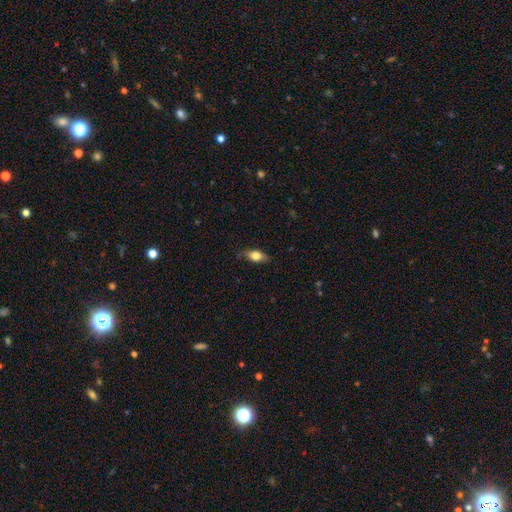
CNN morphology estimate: type=smooth (71%); roundness=in between (79%); merging=none (75%).